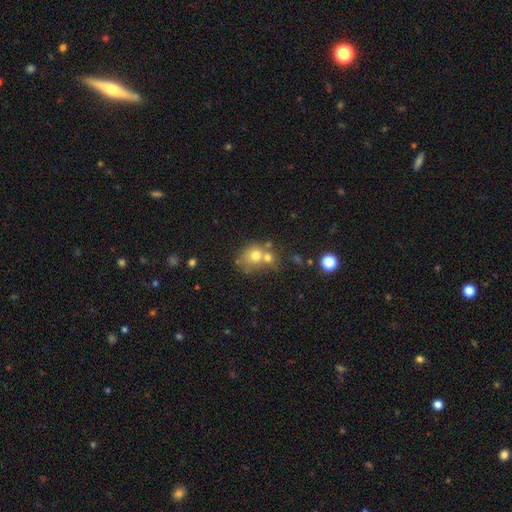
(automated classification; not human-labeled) Smooth or featured? Predicted: smooth (p=0.69). How rounded? Predicted: round (p=0.72). Merging? Predicted: merger (p=0.48).